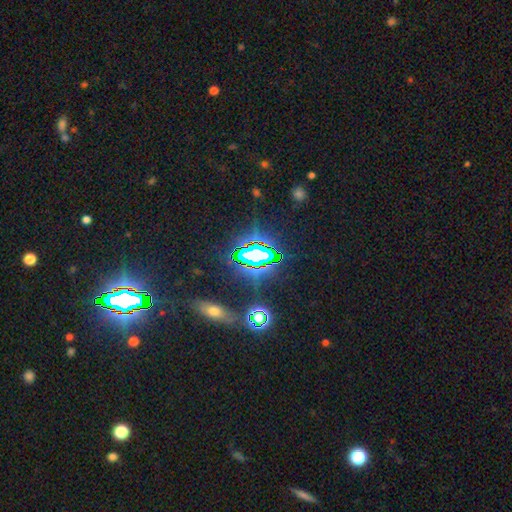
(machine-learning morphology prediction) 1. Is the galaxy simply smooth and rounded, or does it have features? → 76% star or artifact, 14% smooth, 10% featured or disk.